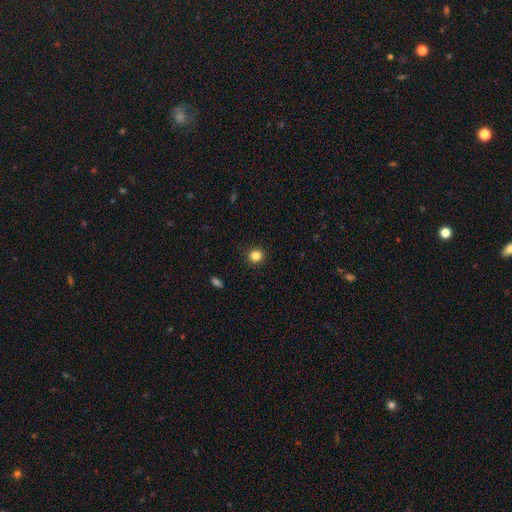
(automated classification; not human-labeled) A smooth galaxy with no disk features (84%) that is round (90%). Merging: none (91%).